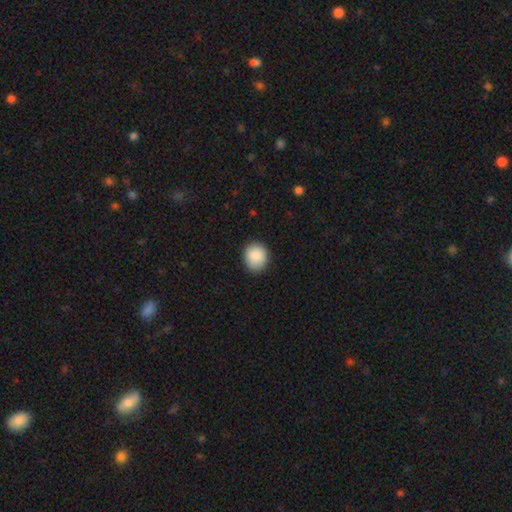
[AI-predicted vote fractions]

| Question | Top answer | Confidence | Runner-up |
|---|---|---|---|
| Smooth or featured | smooth | 89% | star or artifact (7%) |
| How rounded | round | 71% | in between (28%) |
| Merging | none | 86% | minor disturbance (11%) |